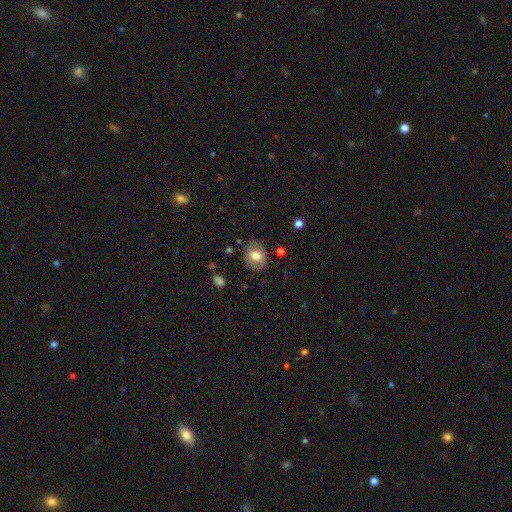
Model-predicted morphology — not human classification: Overall: smooth (64%; featured or disk 28%). How rounded: round (59%; in between 40%). Merging: none (81%).